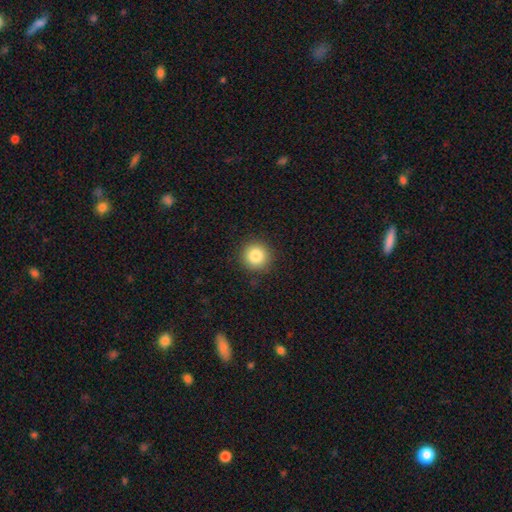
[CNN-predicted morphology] A smooth galaxy with no disk features (84%) that is round (94%).

Vote fractions:
- Smooth or featured? smooth: 84% / star or artifact: 10% / featured or disk: 6%
- How rounded? round: 94% / in between: 5% / cigar-shaped: 1%
- Merging? none: 91% / minor disturbance: 6% / major disturbance: 2% / merger: 1%